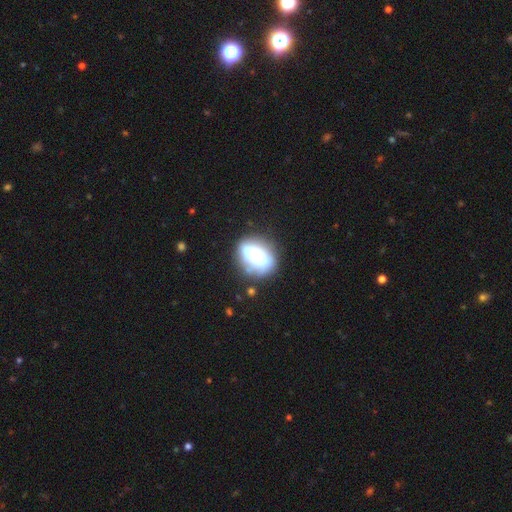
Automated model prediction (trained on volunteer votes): Overall: smooth (61%; featured or disk 29%). How rounded: in between (69%). Merging: none (58%; minor disturbance 21%).